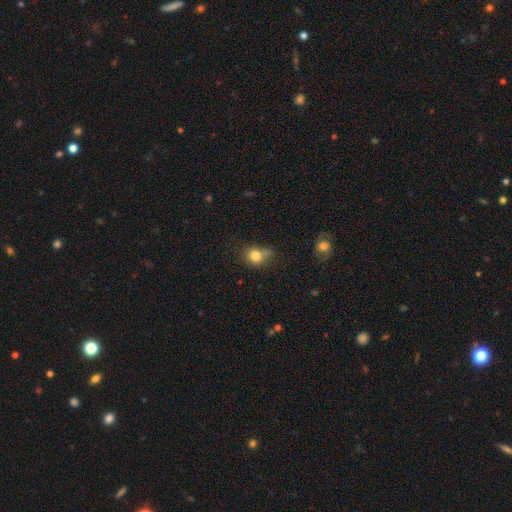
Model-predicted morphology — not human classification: Smooth or featured: smooth — 80% (star or artifact — 11%)
How rounded: round — 70% (in between — 29%)
Merging: none — 52% (minor disturbance — 27%)